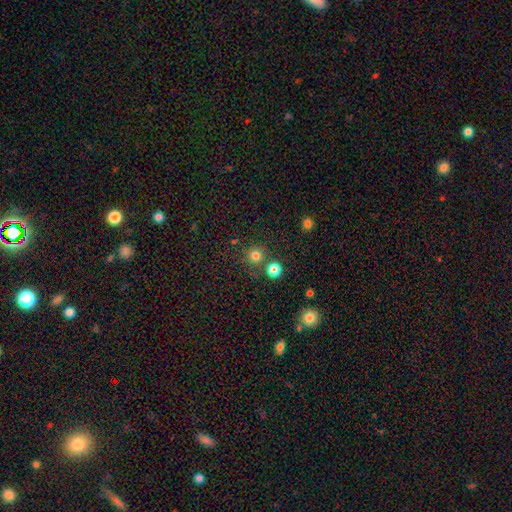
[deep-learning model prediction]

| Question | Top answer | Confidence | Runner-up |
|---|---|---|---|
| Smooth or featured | smooth | 78% | star or artifact (17%) |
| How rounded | round | 94% | in between (6%) |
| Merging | none | 78% | merger (12%) |